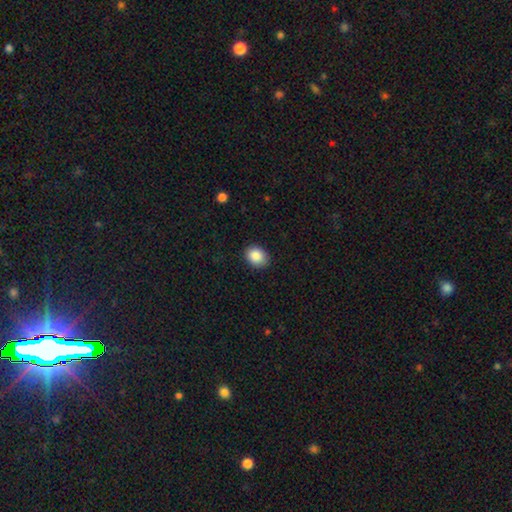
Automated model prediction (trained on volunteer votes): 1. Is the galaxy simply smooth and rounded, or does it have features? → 87% smooth, 8% star or artifact, 4% featured or disk.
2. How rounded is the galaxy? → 51% in between, 48% round, 1% cigar-shaped.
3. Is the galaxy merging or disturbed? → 87% none, 10% minor disturbance, 2% major disturbance, 1% merger.